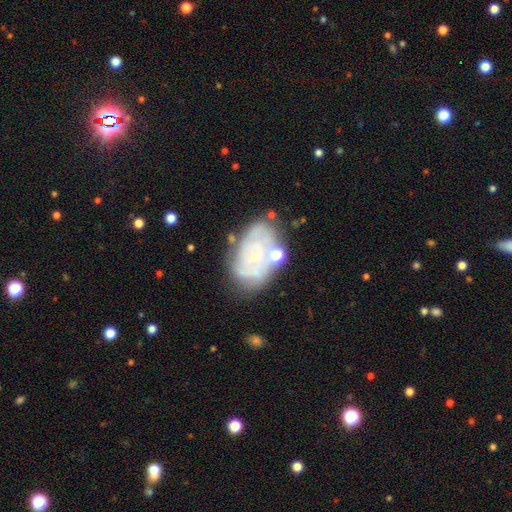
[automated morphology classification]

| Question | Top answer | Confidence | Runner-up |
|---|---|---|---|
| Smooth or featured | featured or disk | 67% | smooth (23%) |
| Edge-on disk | no | 97% | yes (3%) |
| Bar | no | 79% | weak (17%) |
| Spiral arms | yes | 70% | no (30%) |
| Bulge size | small | 69% | none (17%) |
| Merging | none | 57% | minor disturbance (22%) |